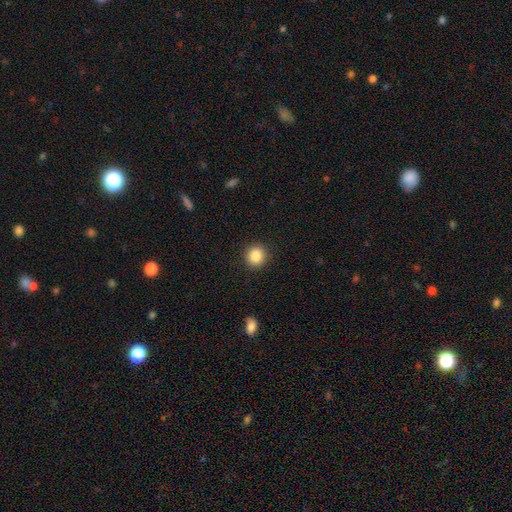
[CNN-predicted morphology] A smooth galaxy with no disk features (86%) that is round (89%).

Vote fractions:
- Smooth or featured? smooth: 86% / star or artifact: 10% / featured or disk: 4%
- How rounded? round: 89% / in between: 10% / cigar-shaped: 1%
- Merging? none: 91% / minor disturbance: 6% / major disturbance: 2% / merger: 1%